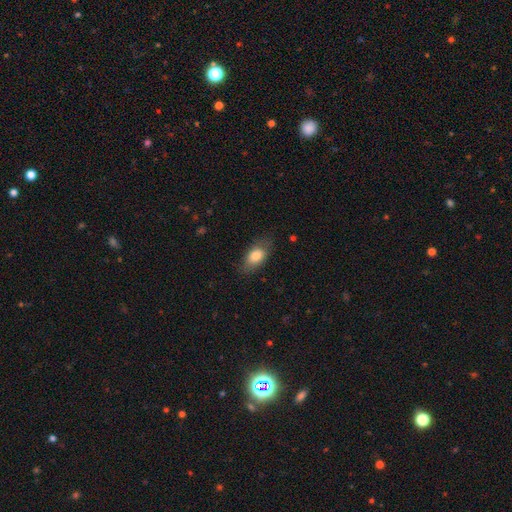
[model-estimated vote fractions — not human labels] The model was most divided on "merging": none: 71%, minor disturbance: 21%, major disturbance: 7%, merger: 1%. More confident: how rounded — in between (88%); smooth or featured — smooth (79%).